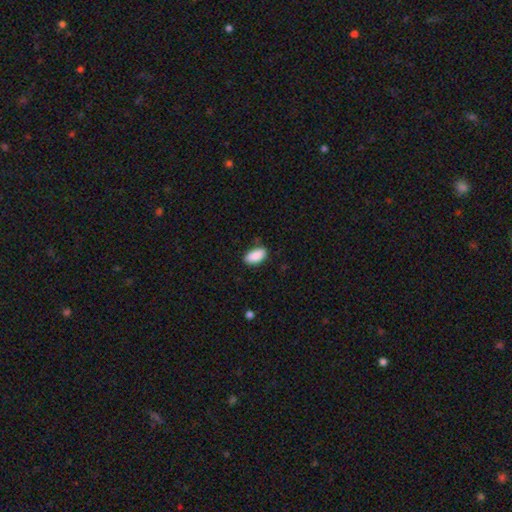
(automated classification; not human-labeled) Smooth or featured: smooth — 89% (star or artifact — 7%)
How rounded: in between — 94% (cigar-shaped — 3%)
Merging: none — 79% (minor disturbance — 16%)